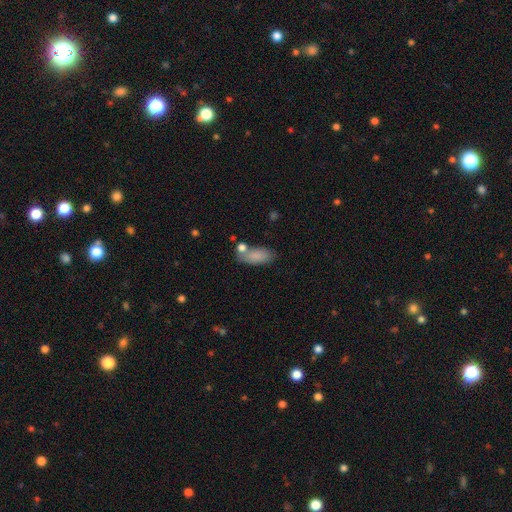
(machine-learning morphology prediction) Q: Smooth or featured?
A: smooth (85%); runner-up: featured or disk (8%)
Q: How rounded?
A: in between (87%); runner-up: cigar-shaped (10%)
Q: Merging?
A: none (61%); runner-up: minor disturbance (17%)